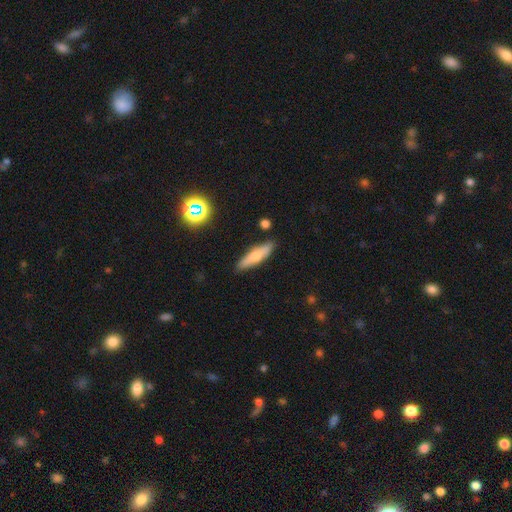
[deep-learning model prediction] Smooth or featured? smooth (60%)
How rounded? cigar-shaped (72%)
Merging? none (87%)